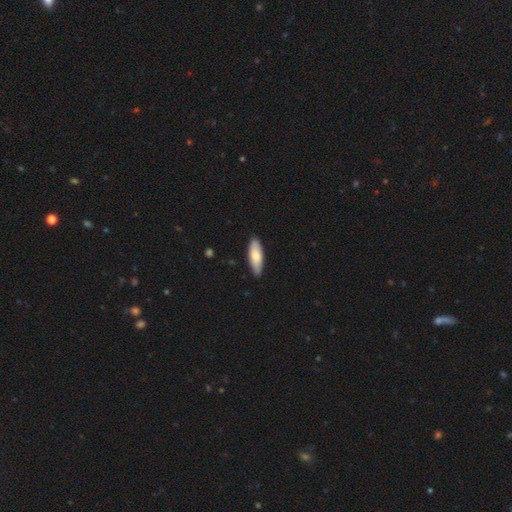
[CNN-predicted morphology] smooth-or-featured: smooth: 73% | featured or disk: 21% | star or artifact: 5%
  how-rounded: in between: 65% | cigar-shaped: 33% | round: 2%
  merging: none: 86% | minor disturbance: 11% | major disturbance: 2% | merger: 1%